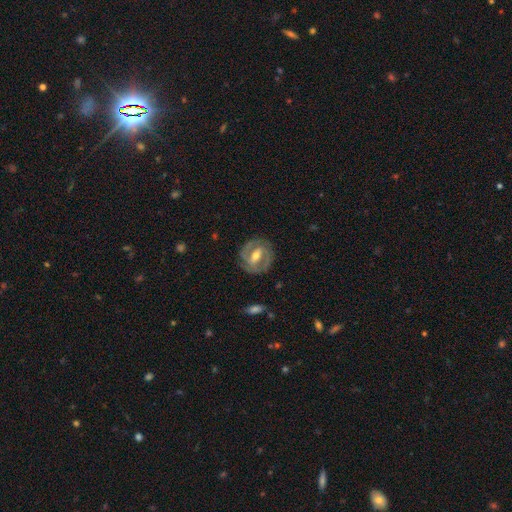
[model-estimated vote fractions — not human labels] smooth_or_featured: featured or disk (p=0.79) [alt: smooth p=0.16]
disk_edge_on: no (p=0.96) [alt: yes p=0.04]
bar: strong (p=0.45) [alt: weak p=0.40]
has_spiral_arms: yes (p=0.84) [alt: no p=0.16]
spiral_winding: tight (p=0.55) [alt: medium p=0.37]
spiral_arm_count: 2 (p=0.82) [alt: can't tell p=0.10]
bulge_size: moderate (p=0.65) [alt: small p=0.27]
merging: none (p=0.82) [alt: minor disturbance p=0.12]